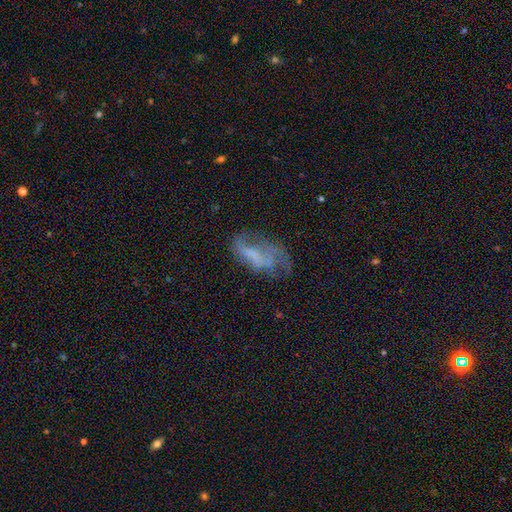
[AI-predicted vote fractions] Smooth or featured? Predicted: featured or disk (p=0.54). Edge-on disk? Predicted: no (p=0.94). Bar? Predicted: no (p=0.61). Spiral arms? Predicted: no (p=0.52). Bulge size? Predicted: none (p=0.60). Merging? Predicted: major disturbance (p=0.38).